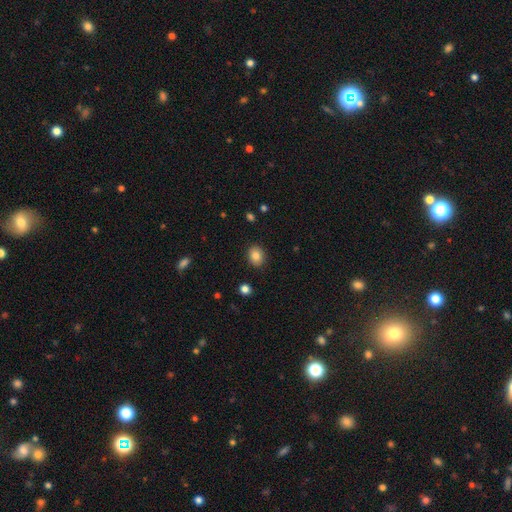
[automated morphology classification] A smooth galaxy with no disk features (84%) that is round (59%).

Vote fractions:
- Smooth or featured? smooth: 84% / star or artifact: 10% / featured or disk: 7%
- How rounded? round: 59% / in between: 40% / cigar-shaped: 1%
- Merging? none: 89% / minor disturbance: 8% / major disturbance: 2% / merger: 1%